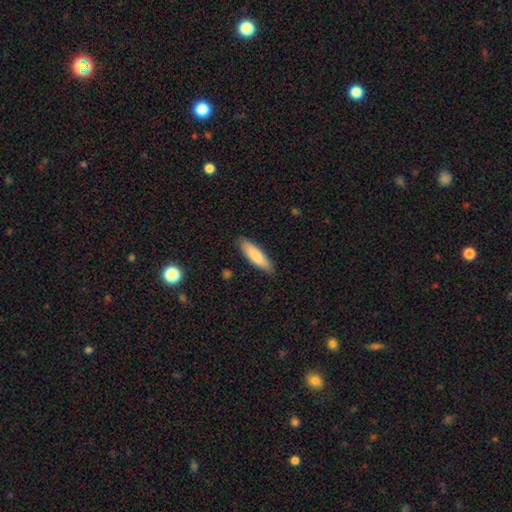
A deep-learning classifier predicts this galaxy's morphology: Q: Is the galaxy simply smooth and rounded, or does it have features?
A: smooth — 83%.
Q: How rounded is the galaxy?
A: cigar-shaped — 60%.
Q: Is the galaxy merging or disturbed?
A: none — 86%.